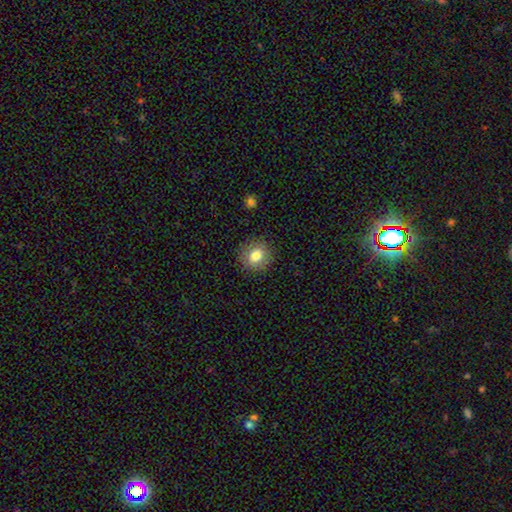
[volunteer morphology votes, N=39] smooth_or_featured: smooth (p=0.90) [alt: star or artifact p=0.10]
how_rounded: round (p=0.86) [alt: in between p=0.14]
merging: none (p=0.83) [alt: minor disturbance p=0.11]